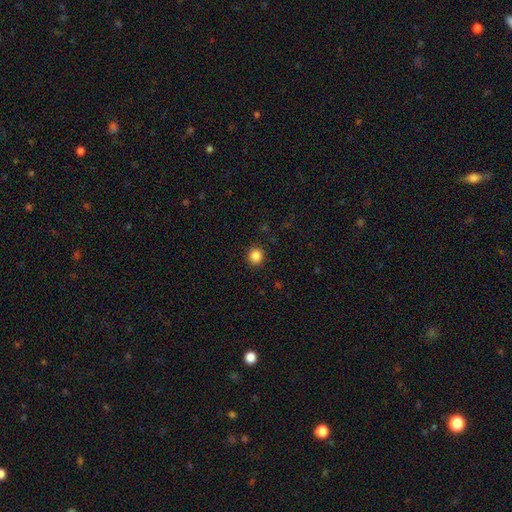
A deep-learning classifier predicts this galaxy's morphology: Smooth or featured?
  - smooth: 86% *
  - star or artifact: 11%
  - featured or disk: 3%
How rounded?
  - round: 91% *
  - in between: 8%
  - cigar-shaped: 1%
Merging?
  - none: 91% *
  - minor disturbance: 6%
  - major disturbance: 2%
  - merger: 1%